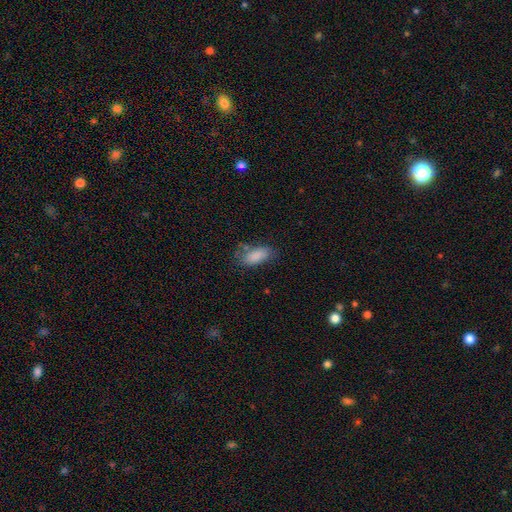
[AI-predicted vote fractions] smooth-or-featured: smooth: 85% | featured or disk: 7% | star or artifact: 7%
  how-rounded: in between: 89% | cigar-shaped: 8% | round: 3%
  merging: none: 63% | minor disturbance: 24% | major disturbance: 8% | merger: 4%